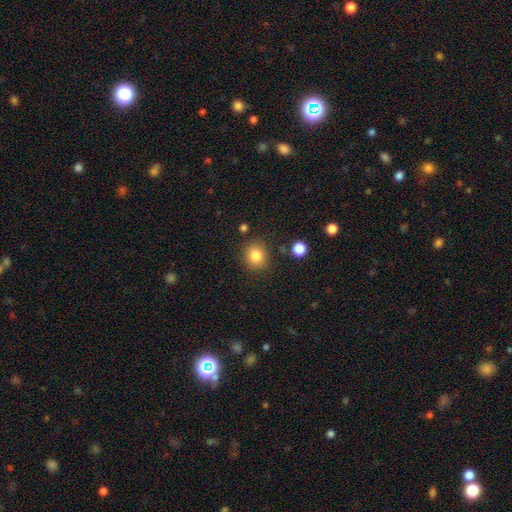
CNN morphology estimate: This appears to be a smooth galaxy with no disk features (83%) that is round (82%). Merging: none (85%).